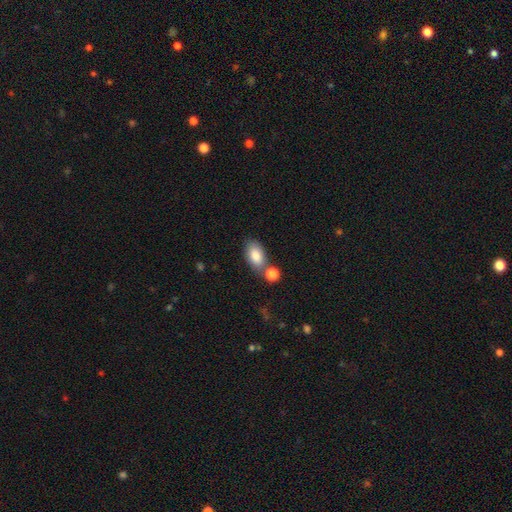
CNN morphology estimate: A smooth galaxy with no disk features (83%) that is in between round and cigar-shaped (91%).

Vote fractions:
- Smooth or featured? smooth: 83% / featured or disk: 9% / star or artifact: 7%
- How rounded? in between: 91% / round: 7% / cigar-shaped: 2%
- Merging? none: 59% / merger: 24% / minor disturbance: 13% / major disturbance: 4%